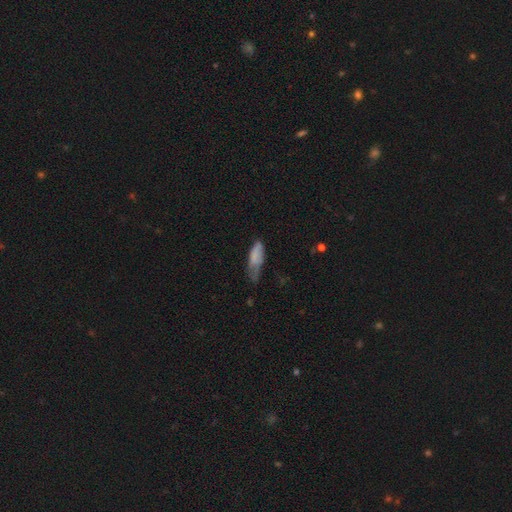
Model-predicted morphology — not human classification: Q: Smooth or featured?
A: smooth (68%); runner-up: featured or disk (23%)
Q: How rounded?
A: in between (62%); runner-up: cigar-shaped (36%)
Q: Merging?
A: minor disturbance (38%); runner-up: major disturbance (29%)